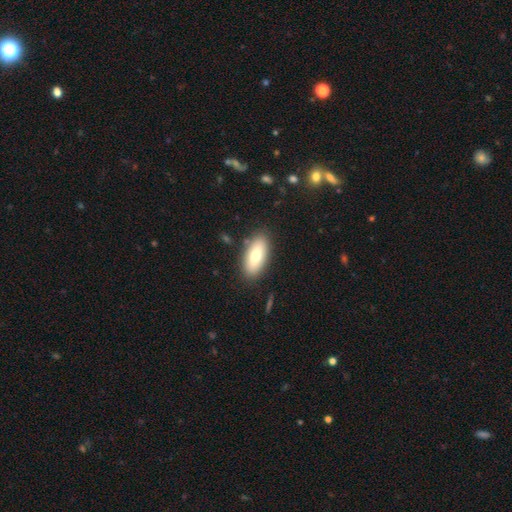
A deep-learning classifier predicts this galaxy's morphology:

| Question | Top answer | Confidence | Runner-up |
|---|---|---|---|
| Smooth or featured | smooth | 72% | featured or disk (22%) |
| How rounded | in between | 87% | cigar-shaped (10%) |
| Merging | none | 85% | minor disturbance (10%) |